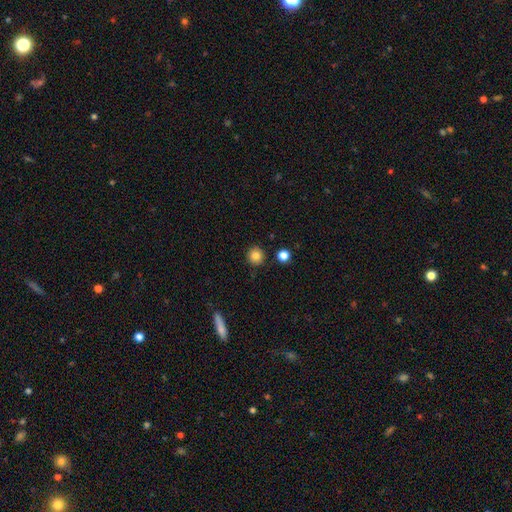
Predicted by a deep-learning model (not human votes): smooth-or-featured: smooth: 84% | star or artifact: 11% | featured or disk: 6%
  how-rounded: round: 93% | in between: 6% | cigar-shaped: 1%
  merging: none: 89% | minor disturbance: 7% | merger: 3% | major disturbance: 2%